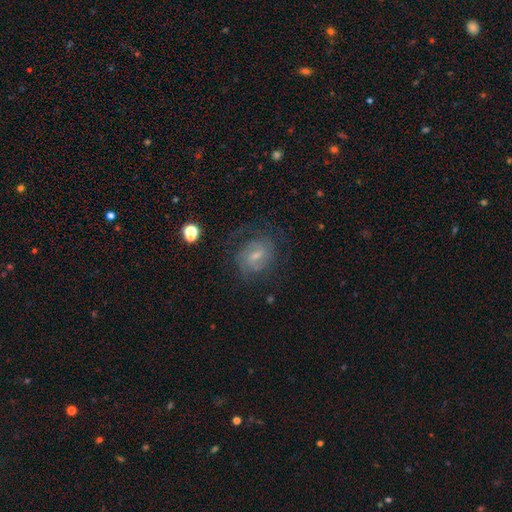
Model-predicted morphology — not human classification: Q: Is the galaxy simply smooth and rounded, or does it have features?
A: featured or disk — 60%.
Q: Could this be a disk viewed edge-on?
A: no — 96%.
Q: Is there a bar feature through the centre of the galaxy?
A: weak — 56%.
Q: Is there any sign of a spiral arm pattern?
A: yes — 79%.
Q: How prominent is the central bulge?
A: small — 53%.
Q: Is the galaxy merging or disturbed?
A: none — 63%.